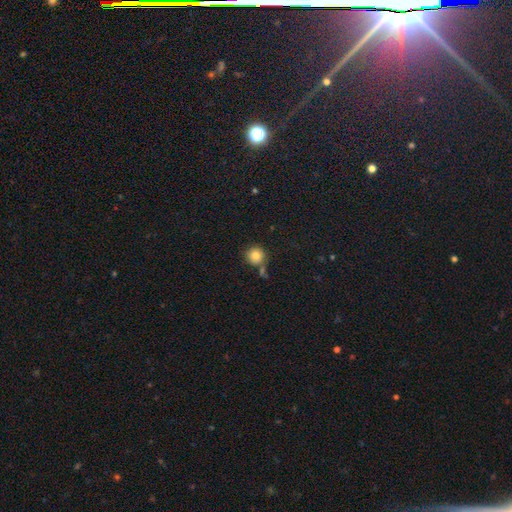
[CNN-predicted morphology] Smooth or featured?
  - smooth: 83% *
  - star or artifact: 10%
  - featured or disk: 7%
How rounded?
  - round: 93% *
  - in between: 6%
  - cigar-shaped: 1%
Merging?
  - none: 70% *
  - merger: 14%
  - minor disturbance: 12%
  - major disturbance: 4%